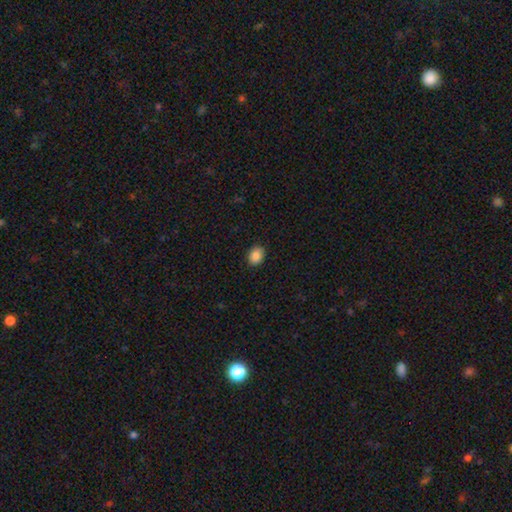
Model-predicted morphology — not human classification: Q: Smooth or featured?
A: smooth (88%); runner-up: star or artifact (8%)
Q: How rounded?
A: in between (67%); runner-up: round (32%)
Q: Merging?
A: none (89%); runner-up: minor disturbance (8%)